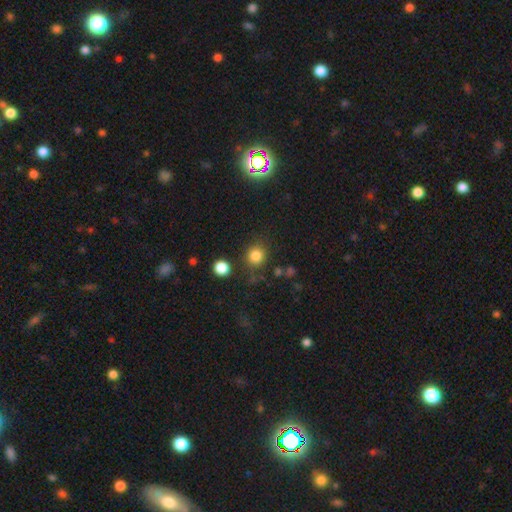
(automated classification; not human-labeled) Smooth or featured?
  - smooth: 82% *
  - star or artifact: 13%
  - featured or disk: 5%
How rounded?
  - round: 87% *
  - in between: 12%
  - cigar-shaped: 1%
Merging?
  - none: 80% *
  - minor disturbance: 10%
  - merger: 6%
  - major disturbance: 5%